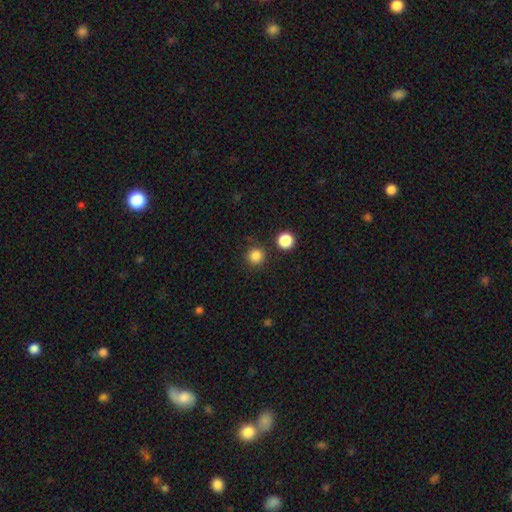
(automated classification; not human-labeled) Smooth or featured: smooth — 84% (star or artifact — 12%)
How rounded: round — 95% (in between — 4%)
Merging: none — 85% (minor disturbance — 7%)